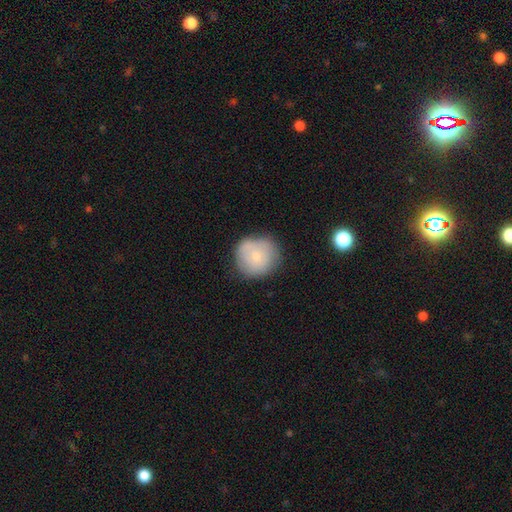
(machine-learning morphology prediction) type=smooth (71%); roundness=round (91%); merging=none (69%).